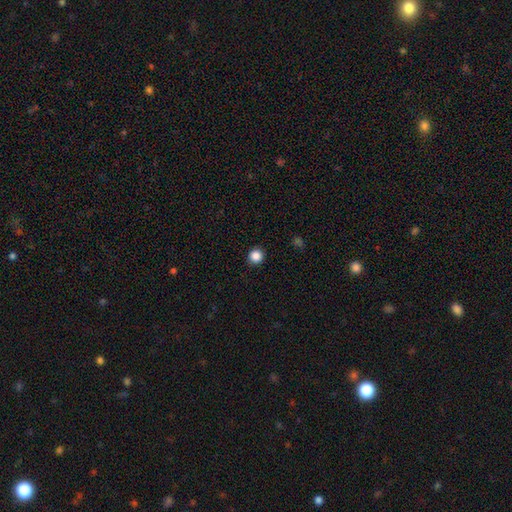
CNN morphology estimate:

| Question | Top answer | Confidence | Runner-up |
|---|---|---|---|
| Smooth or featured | smooth | 86% | star or artifact (11%) |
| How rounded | round | 94% | in between (5%) |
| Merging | none | 93% | minor disturbance (5%) |